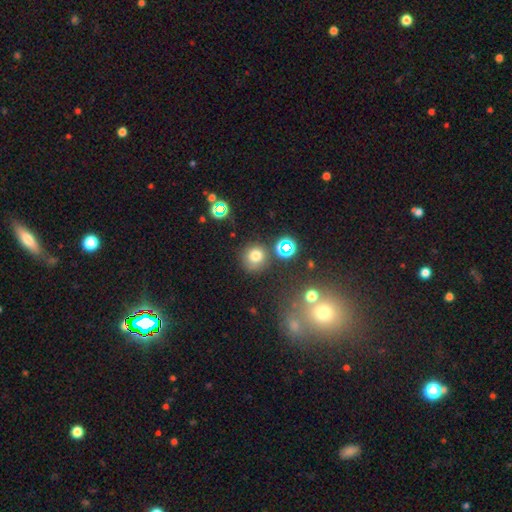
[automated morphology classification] smooth 71%, star or artifact 20%, featured or disk 9%. Down the decision tree: how rounded — round (90%); merging — none (76%).